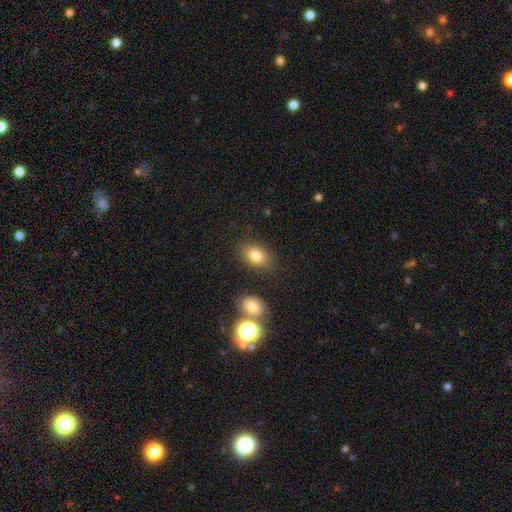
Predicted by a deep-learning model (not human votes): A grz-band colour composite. It shows a smooth galaxy with no disk features (80%) that is in between round and cigar-shaped (80%). Merging: none (80%).